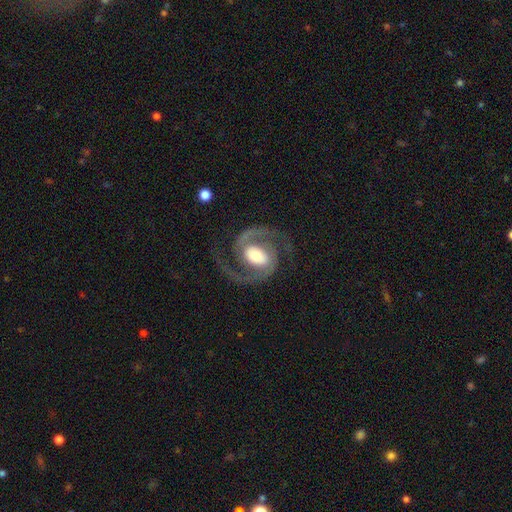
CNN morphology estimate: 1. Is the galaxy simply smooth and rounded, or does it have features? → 92% featured or disk, 4% smooth, 4% star or artifact.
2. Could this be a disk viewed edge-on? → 98% no, 2% yes.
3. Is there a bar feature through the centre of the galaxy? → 37% no, 35% weak, 28% strong.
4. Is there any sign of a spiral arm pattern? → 98% yes, 2% no.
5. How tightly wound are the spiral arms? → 60% medium, 24% tight, 16% loose.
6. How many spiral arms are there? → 94% 2, 1% can't tell, 1% 1, 1% 3, 1% 4, 1% more than 4.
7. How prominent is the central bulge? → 60% moderate, 23% large, 13% small, 3% dominant, 1% none.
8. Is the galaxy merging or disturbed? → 79% none, 11% minor disturbance, 9% major disturbance, 1% merger.